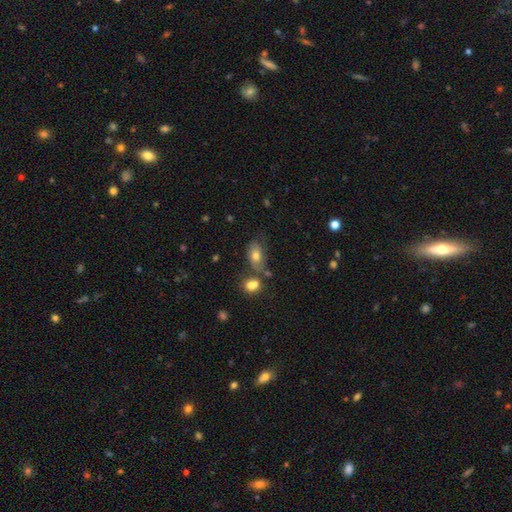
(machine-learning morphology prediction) Smooth or featured?
  - smooth: 63% *
  - featured or disk: 28%
  - star or artifact: 9%
How rounded?
  - in between: 89% *
  - round: 8%
  - cigar-shaped: 3%
Merging?
  - none: 46% *
  - minor disturbance: 24%
  - merger: 18%
  - major disturbance: 12%